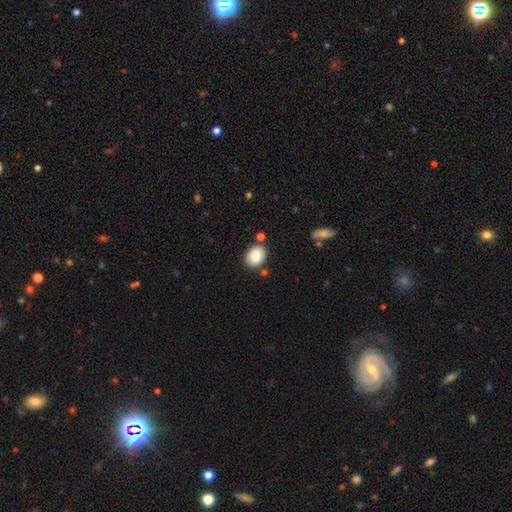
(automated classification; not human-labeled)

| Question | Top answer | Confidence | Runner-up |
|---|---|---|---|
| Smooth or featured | smooth | 84% | featured or disk (8%) |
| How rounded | in between | 64% | round (35%) |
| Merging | none | 81% | minor disturbance (11%) |